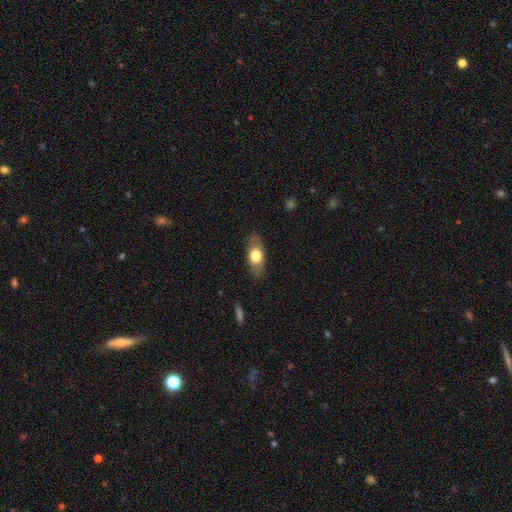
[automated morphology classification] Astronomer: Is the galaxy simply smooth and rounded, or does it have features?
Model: smooth — 65%.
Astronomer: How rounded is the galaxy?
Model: in between — 80%.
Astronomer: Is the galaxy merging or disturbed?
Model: none — 82%.